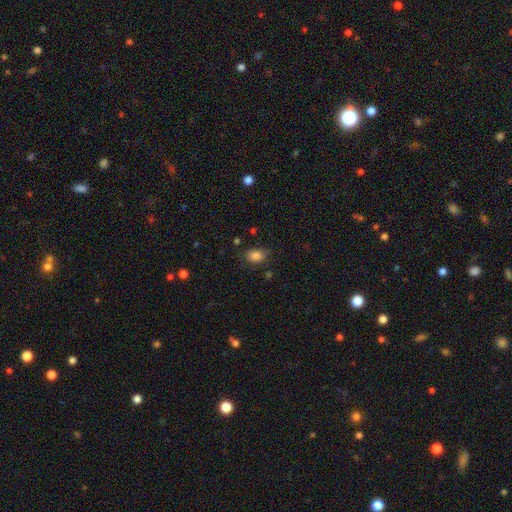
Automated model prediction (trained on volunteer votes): smooth 84%, star or artifact 10%, featured or disk 6%. Down the decision tree: how rounded — in between (79%); merging — none (75%).